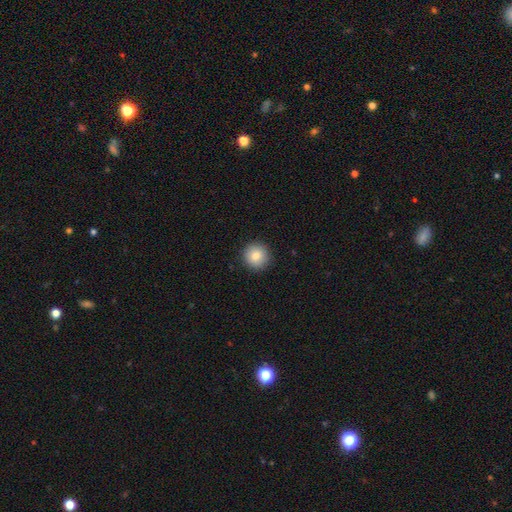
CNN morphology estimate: smooth 81%, featured or disk 10%, star or artifact 9%. Down the decision tree: how rounded — round (95%); merging — none (92%).